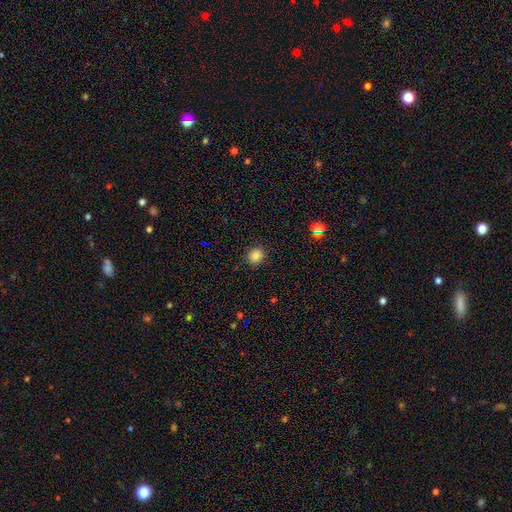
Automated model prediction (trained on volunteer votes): A smooth galaxy with no disk features (85%) that is round (69%).

Vote fractions:
- Smooth or featured? smooth: 85% / star or artifact: 11% / featured or disk: 4%
- How rounded? round: 69% / in between: 30% / cigar-shaped: 1%
- Merging? none: 88% / minor disturbance: 8% / major disturbance: 2% / merger: 1%